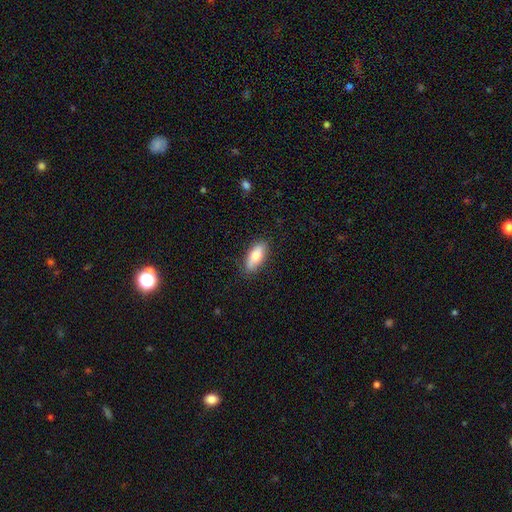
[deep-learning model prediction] Smooth or featured: smooth — 73% (featured or disk — 20%)
How rounded: in between — 77% (cigar-shaped — 21%)
Merging: none — 85% (minor disturbance — 12%)